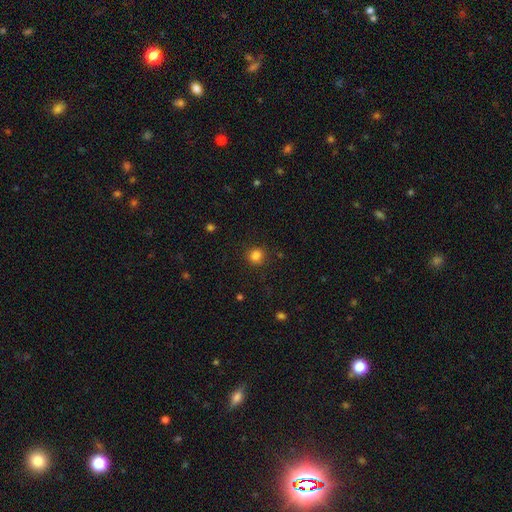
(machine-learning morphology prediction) This is clearly a smooth galaxy (83%). How rounded: clearly round (90%). Merging: clearly none (88%).